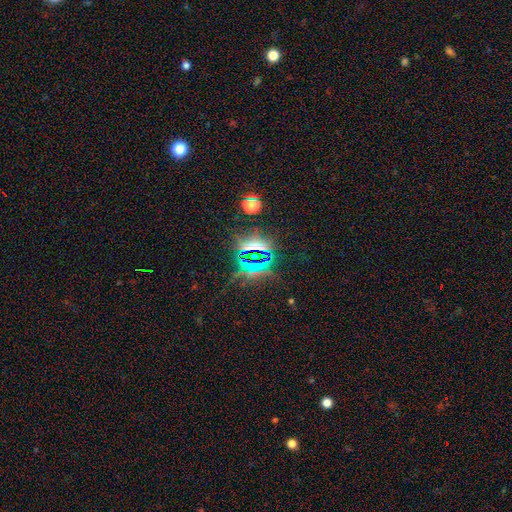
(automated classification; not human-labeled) Smooth or featured: star or artifact — 77% (smooth — 14%)